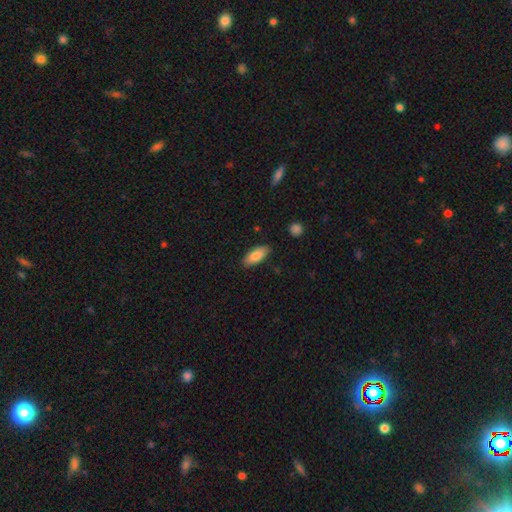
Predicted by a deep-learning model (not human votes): Morphology: type=smooth (84%); roundness=in between (83%); merging=none (85%).